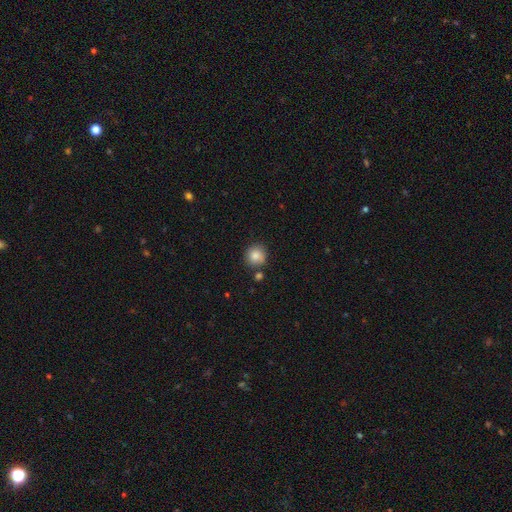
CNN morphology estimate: Smooth or featured? Predicted: smooth (p=0.86). How rounded? Predicted: round (p=0.91). Merging? Predicted: none (p=0.79).